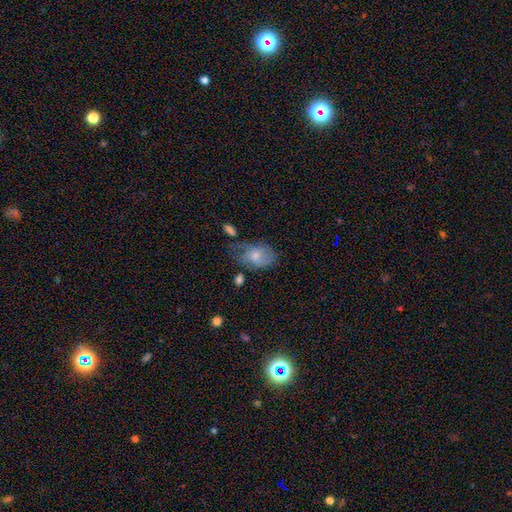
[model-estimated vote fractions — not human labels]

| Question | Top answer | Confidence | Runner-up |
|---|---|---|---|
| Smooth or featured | smooth | 53% | featured or disk (36%) |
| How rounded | in between | 84% | round (14%) |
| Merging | none | 49% | minor disturbance (30%) |